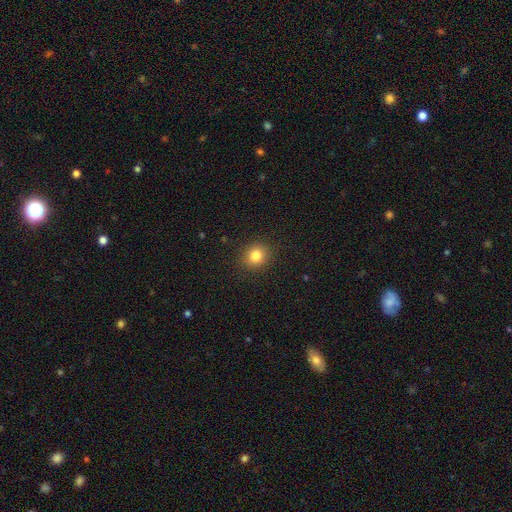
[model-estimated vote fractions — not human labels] The model was most divided on "how rounded": round: 75%, in between: 24%, cigar-shaped: 1%. More confident: merging — none (89%); smooth or featured — smooth (82%).